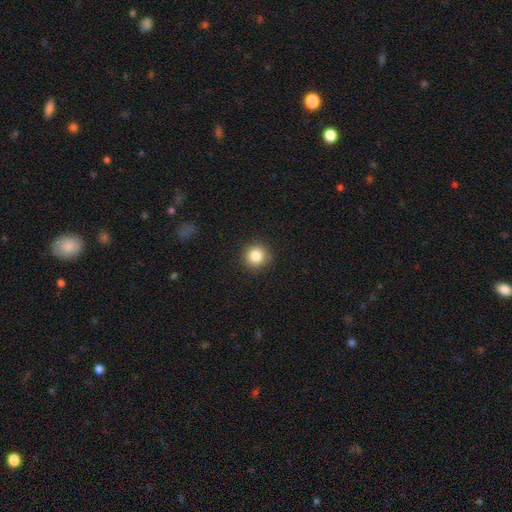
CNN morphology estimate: Smooth or featured? Predicted: smooth (p=0.84). How rounded? Predicted: round (p=0.93). Merging? Predicted: none (p=0.90).